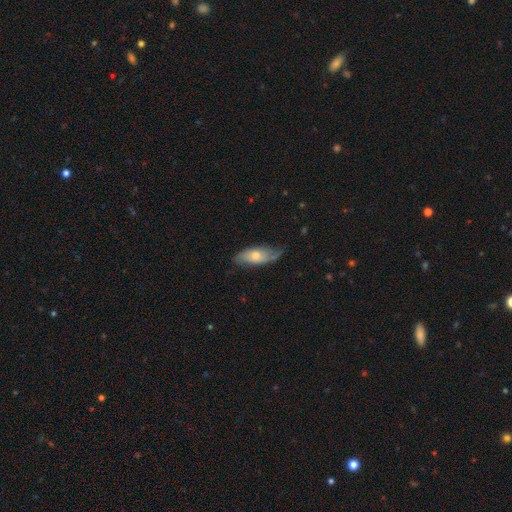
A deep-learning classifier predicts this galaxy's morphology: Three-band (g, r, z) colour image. It shows a featured or disk galaxy (49%). Merging: none (65%).